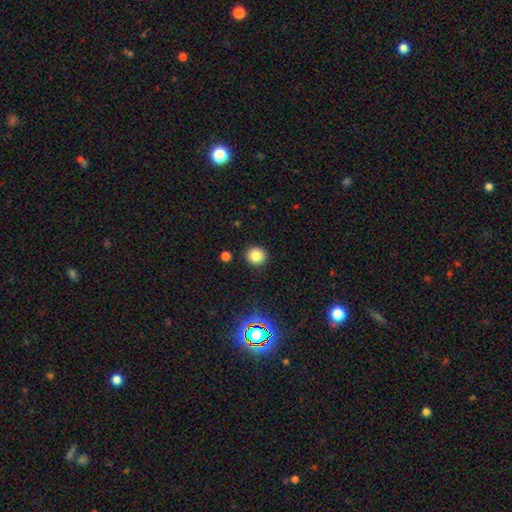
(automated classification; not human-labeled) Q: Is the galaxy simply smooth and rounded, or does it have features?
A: smooth — 80%.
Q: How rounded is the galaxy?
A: round — 91%.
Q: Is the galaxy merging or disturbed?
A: none — 91%.